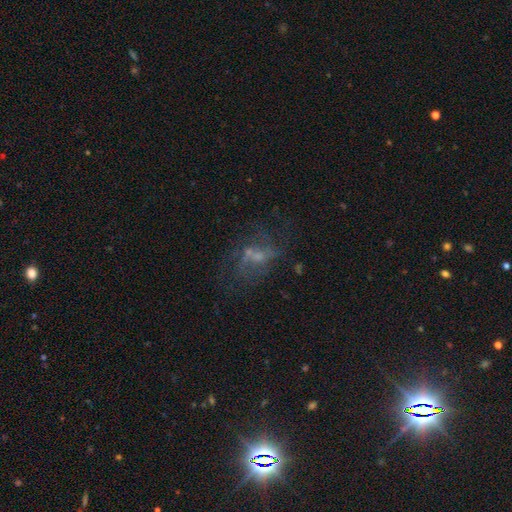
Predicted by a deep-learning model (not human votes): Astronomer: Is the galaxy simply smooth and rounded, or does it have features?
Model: featured or disk — 58%.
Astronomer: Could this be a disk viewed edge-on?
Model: no — 97%.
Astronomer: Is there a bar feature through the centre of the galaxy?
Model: no — 67%.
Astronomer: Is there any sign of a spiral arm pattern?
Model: no — 54% (runner-up: yes, 46%).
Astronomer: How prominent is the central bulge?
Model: small — 41% (runner-up: none, 29%).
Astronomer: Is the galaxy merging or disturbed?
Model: none — 44% (runner-up: major disturbance, 29%).